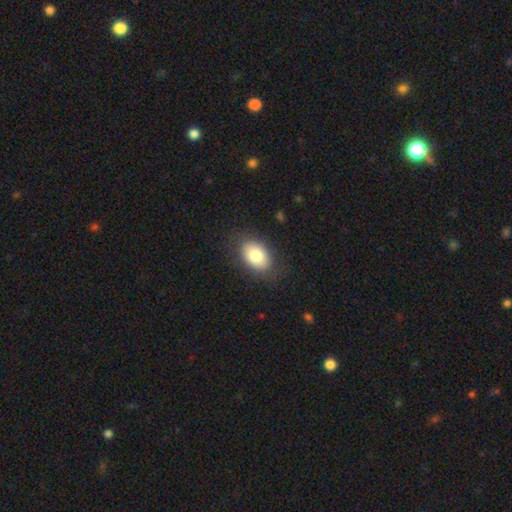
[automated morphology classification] smooth_or_featured: smooth (p=0.81) [alt: featured or disk p=0.12]
how_rounded: in between (p=0.87) [alt: round p=0.12]
merging: none (p=0.82) [alt: minor disturbance p=0.13]